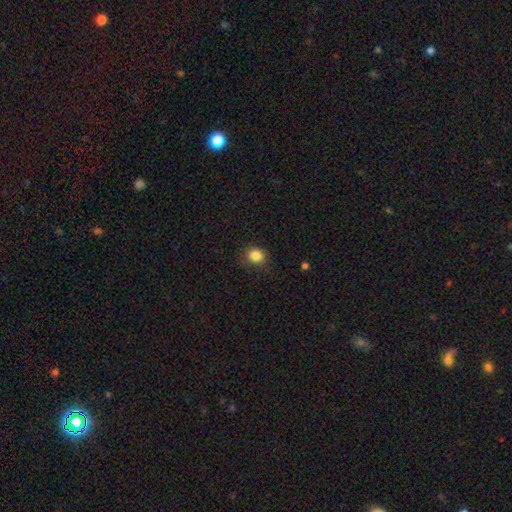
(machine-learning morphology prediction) This appears to be a smooth galaxy with no disk features (85%) that is round (76%). Merging: none (82%).